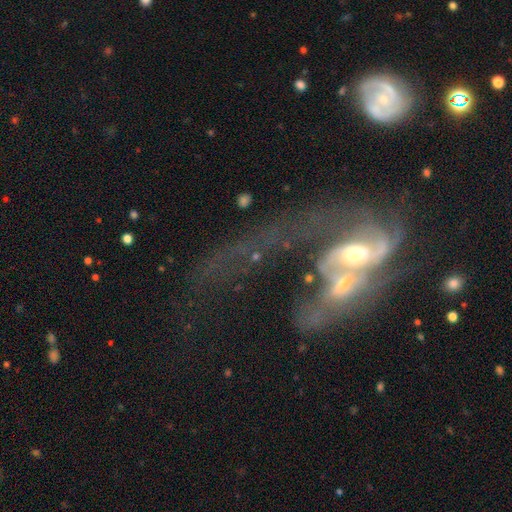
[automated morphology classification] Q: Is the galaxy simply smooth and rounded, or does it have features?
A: featured or disk — 63%.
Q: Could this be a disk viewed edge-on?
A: no — 85%.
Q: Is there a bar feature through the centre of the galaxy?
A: no — 61%.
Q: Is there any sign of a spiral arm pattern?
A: yes — 51%.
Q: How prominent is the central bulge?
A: moderate — 54%.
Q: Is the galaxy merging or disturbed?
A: merger — 57%.